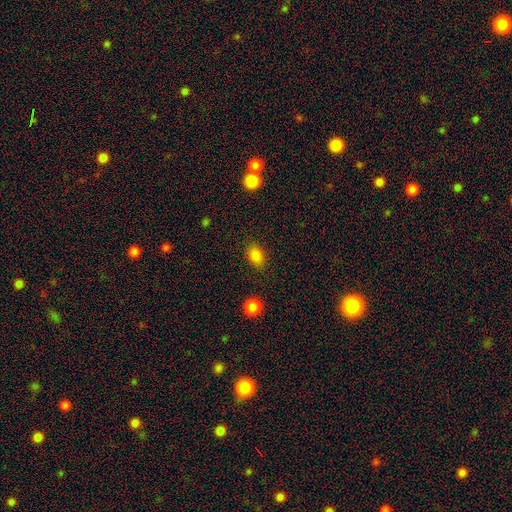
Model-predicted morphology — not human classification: Smooth or featured?
  - smooth: 85% *
  - star or artifact: 11%
  - featured or disk: 5%
How rounded?
  - in between: 75% *
  - round: 24%
  - cigar-shaped: 2%
Merging?
  - none: 85% *
  - minor disturbance: 10%
  - major disturbance: 3%
  - merger: 2%